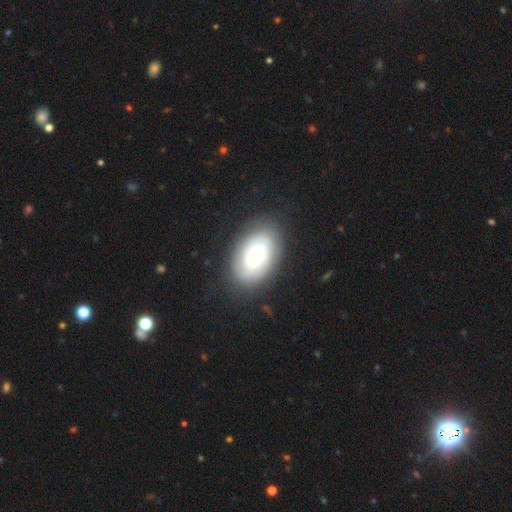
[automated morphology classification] A featured or disk galaxy (54%) with no bar (82%), spiral arms (72%) and a small central bulge (63%). Merging: none (76%).